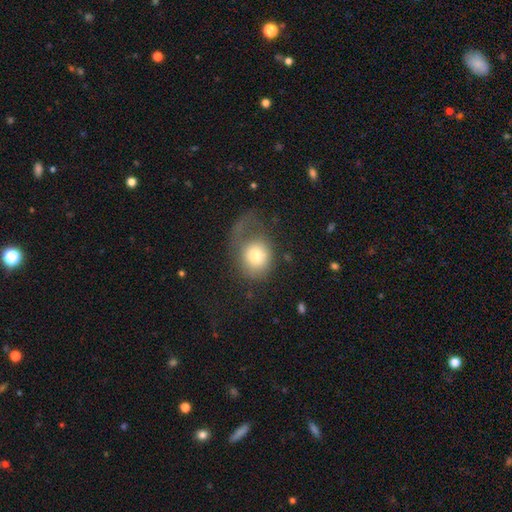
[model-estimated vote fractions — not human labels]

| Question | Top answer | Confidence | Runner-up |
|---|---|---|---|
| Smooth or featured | smooth | 72% | featured or disk (19%) |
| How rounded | round | 66% | in between (33%) |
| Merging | major disturbance | 53% | none (25%) |